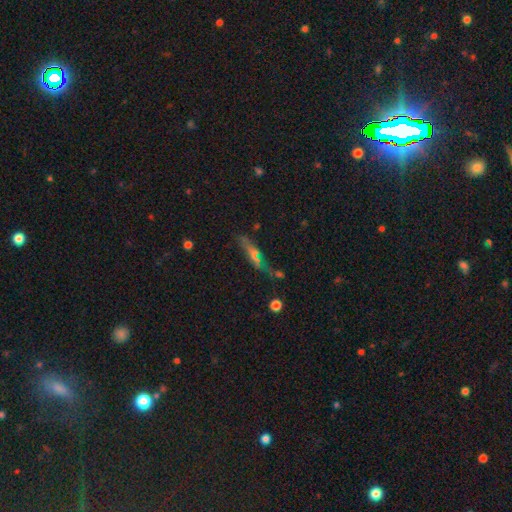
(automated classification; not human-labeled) Smooth or featured? featured or disk (49%)
Merging? none (62%)